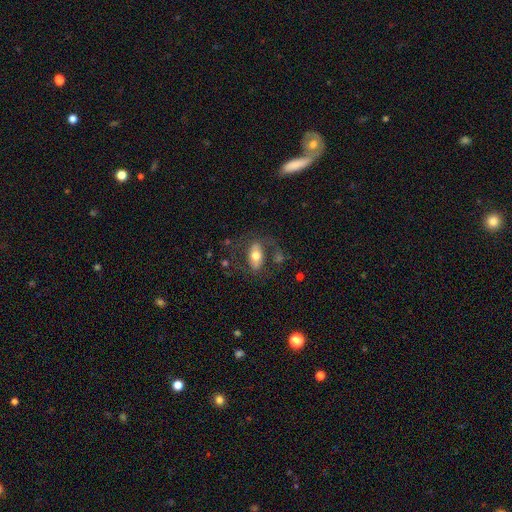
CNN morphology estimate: Smooth or featured? Predicted: smooth (p=0.54). How rounded? Predicted: in between (p=0.89). Merging? Predicted: none (p=0.61).